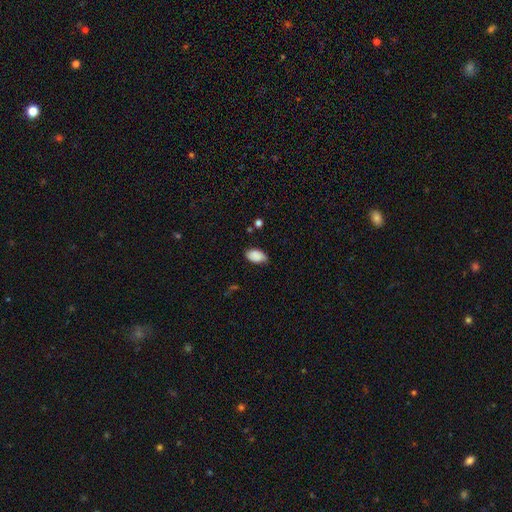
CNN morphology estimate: smooth 88%, star or artifact 7%, featured or disk 5%. Down the decision tree: how rounded — in between (93%); merging — none (72%).